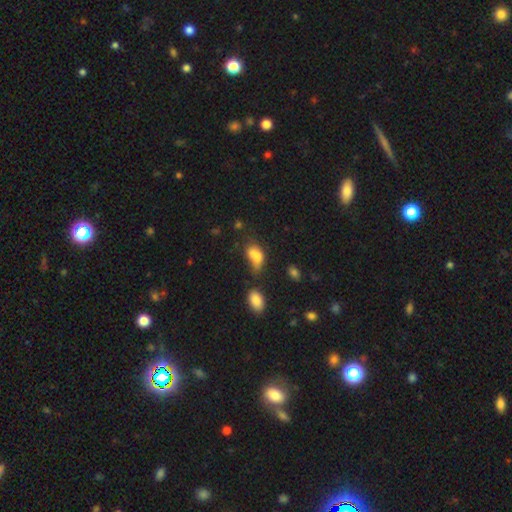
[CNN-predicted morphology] Overall: smooth (72%). How rounded: in between (82%). Merging: merger (42%; none 22%).